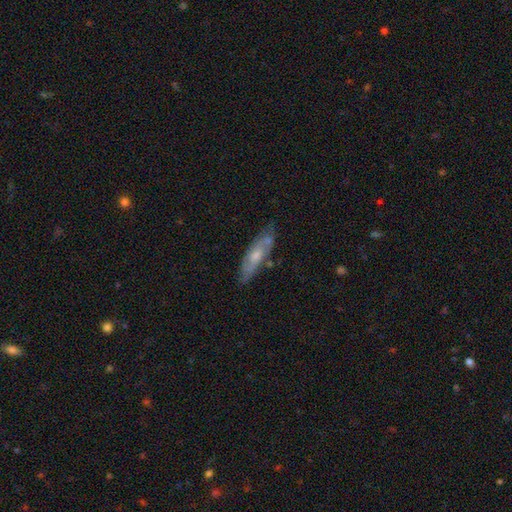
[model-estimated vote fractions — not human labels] Smooth or featured: featured or disk — 57% (smooth — 36%)
Edge-on disk: no — 59% (yes — 41%)
Merging: none — 72% (minor disturbance — 20%)